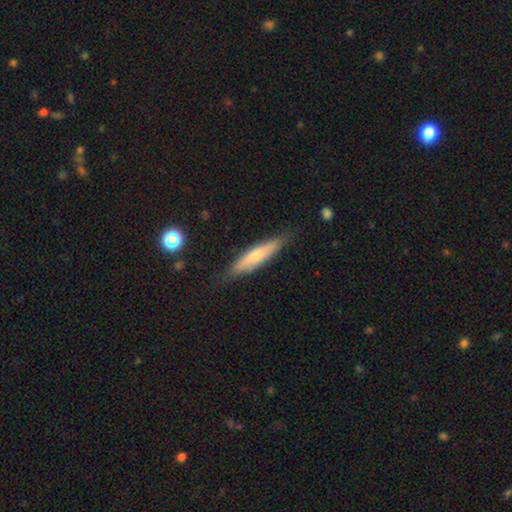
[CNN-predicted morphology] The model was most divided on "smooth or featured": smooth: 62%, featured or disk: 32%, star or artifact: 6%. More confident: how rounded — cigar-shaped (83%); merging — none (82%).